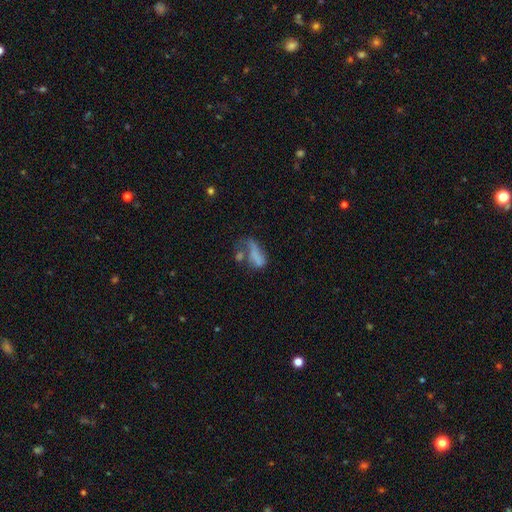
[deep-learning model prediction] Q: Smooth or featured?
A: smooth (58%); runner-up: featured or disk (27%)
Q: How rounded?
A: in between (76%); runner-up: cigar-shaped (17%)
Q: Merging?
A: major disturbance (37%); runner-up: merger (29%)